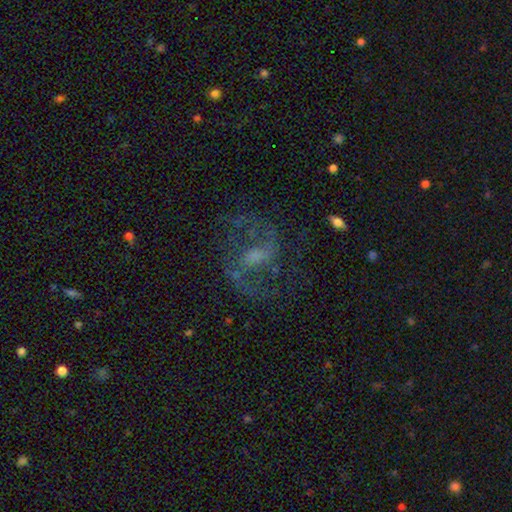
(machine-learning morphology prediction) Smooth or featured? featured or disk (83%)
Edge-on disk? no (97%)
Bar? weak (53%)
Spiral arms? yes (93%)
Spiral winding? medium (53%)
Spiral arm count? 2 (89%)
Bulge size? small (35%)
Merging? none (69%)